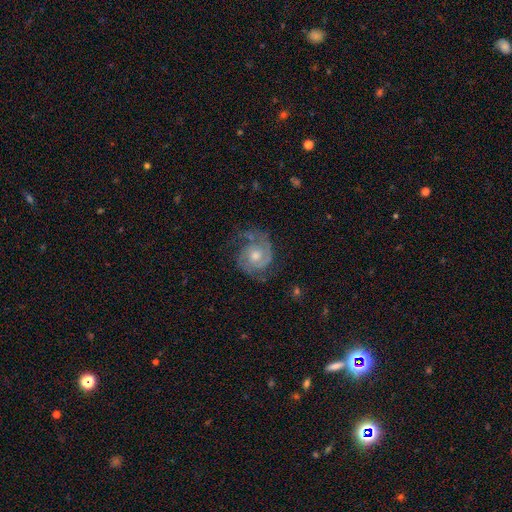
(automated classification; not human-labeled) Morphology: type=featured or disk (86%); edge-on=no (98%); bar=no (71%); spiral arms=yes (97%); winding=tight (51%); arm count=2 (71%); bulge=moderate (66%); merging=none (69%).